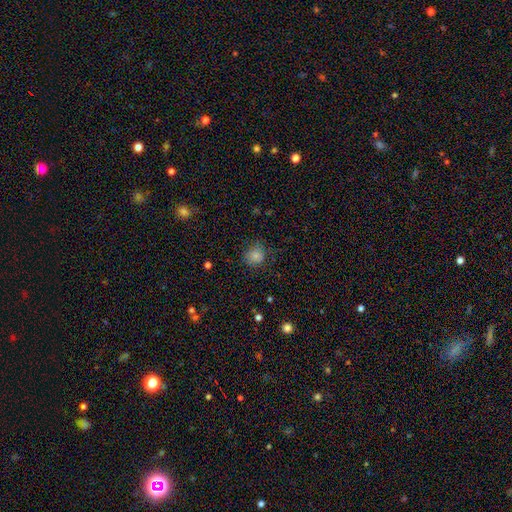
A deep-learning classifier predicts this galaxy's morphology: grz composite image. It shows a smooth galaxy with no disk features (83%) that is round (85%). Merging: none (77%).